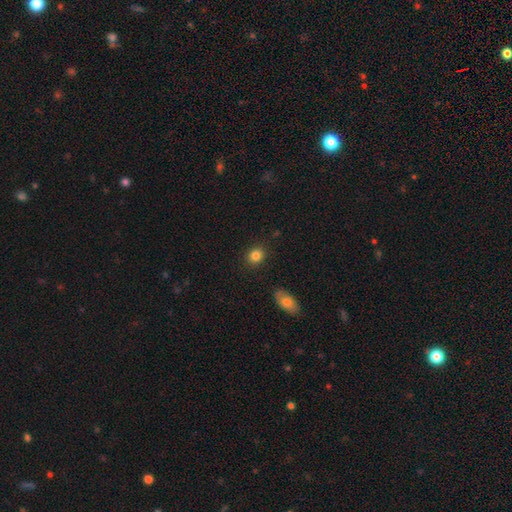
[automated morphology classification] This is clearly a smooth galaxy (84%). How rounded: likely round (73%). Merging: clearly none (88%).